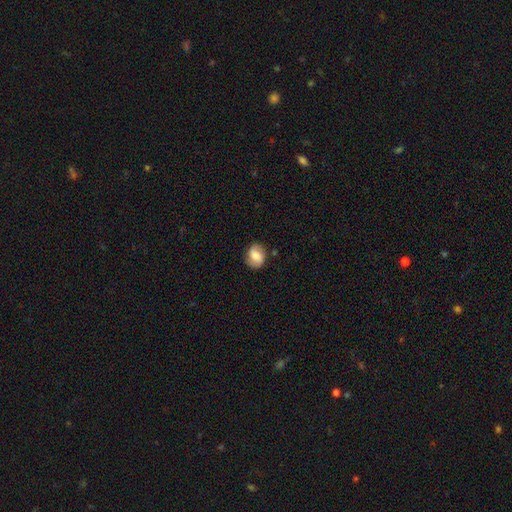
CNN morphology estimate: type=smooth (52%); roundness=in between (55%); merging=none (77%).